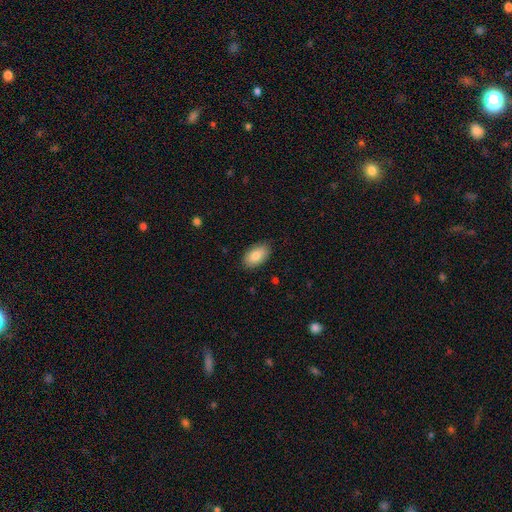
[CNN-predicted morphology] A smooth galaxy with no disk features (82%) that is in between round and cigar-shaped (93%). Merging: none (86%).